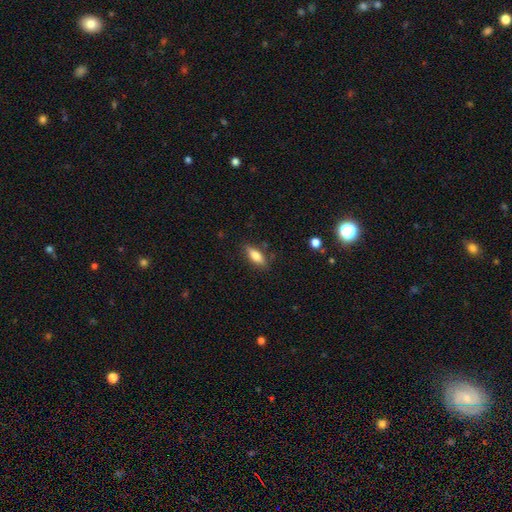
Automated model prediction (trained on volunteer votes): This appears to be a smooth galaxy with no disk features (73%) that is in between round and cigar-shaped (65%). Merging: none (82%).